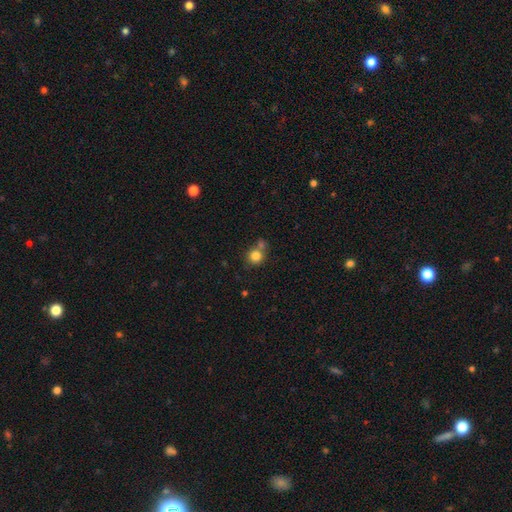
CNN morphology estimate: A smooth galaxy with no disk features (81%) that is round (89%).

Vote fractions:
- Smooth or featured? smooth: 81% / star or artifact: 11% / featured or disk: 8%
- How rounded? round: 89% / in between: 10% / cigar-shaped: 1%
- Merging? none: 58% / merger: 28% / minor disturbance: 10% / major disturbance: 4%